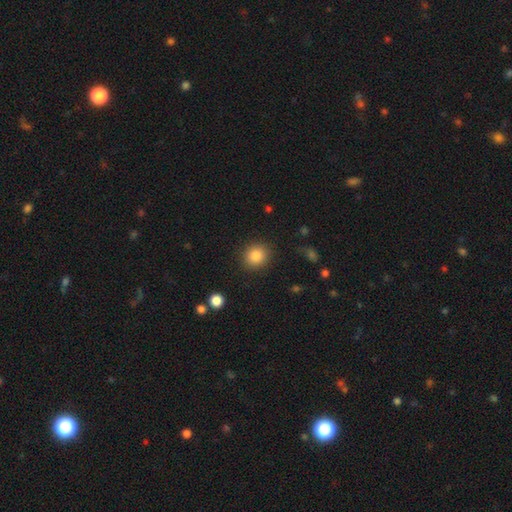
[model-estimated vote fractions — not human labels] smooth-or-featured: smooth: 86% | star or artifact: 9% | featured or disk: 5%
  how-rounded: round: 82% | in between: 17% | cigar-shaped: 1%
  merging: none: 89% | minor disturbance: 7% | major disturbance: 3% | merger: 1%